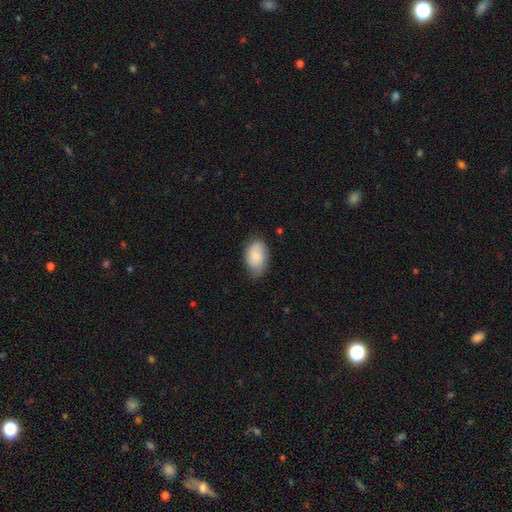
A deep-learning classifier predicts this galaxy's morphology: Smooth or featured?
  - smooth: 77% *
  - featured or disk: 16%
  - star or artifact: 6%
How rounded?
  - in between: 89% *
  - round: 10%
  - cigar-shaped: 1%
Merging?
  - none: 63% *
  - minor disturbance: 30%
  - major disturbance: 6%
  - merger: 1%